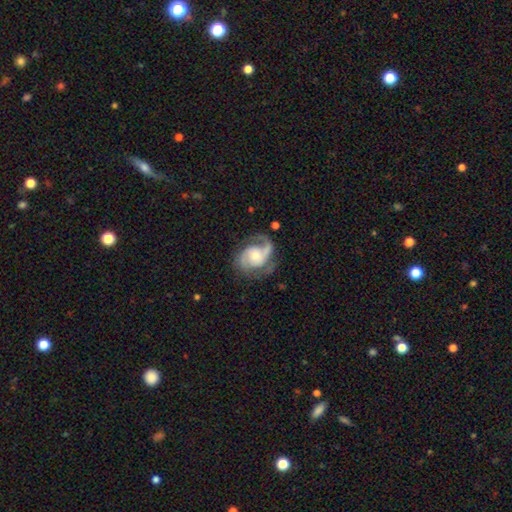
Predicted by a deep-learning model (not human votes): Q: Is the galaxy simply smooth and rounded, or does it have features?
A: featured or disk — 86%.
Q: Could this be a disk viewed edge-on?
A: no — 98%.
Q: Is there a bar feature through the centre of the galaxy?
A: no — 65%.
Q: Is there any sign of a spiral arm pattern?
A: yes — 96%.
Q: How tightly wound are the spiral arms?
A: medium — 51%.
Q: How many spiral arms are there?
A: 2 — 80%.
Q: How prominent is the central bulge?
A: moderate — 47%.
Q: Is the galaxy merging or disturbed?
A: none — 66%.